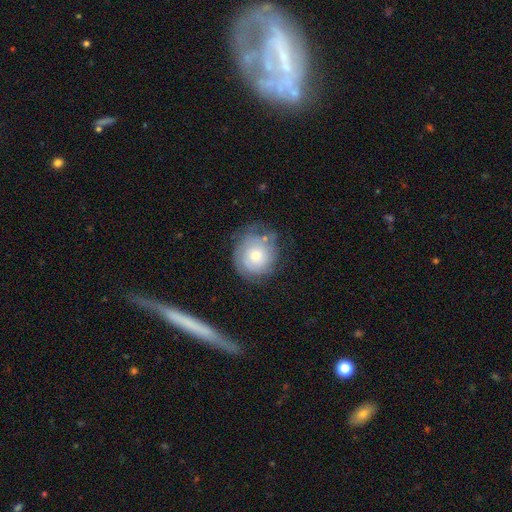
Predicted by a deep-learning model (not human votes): This appears to be a smooth galaxy with no disk features (51%) that is round (85%). Merging: none (60%).